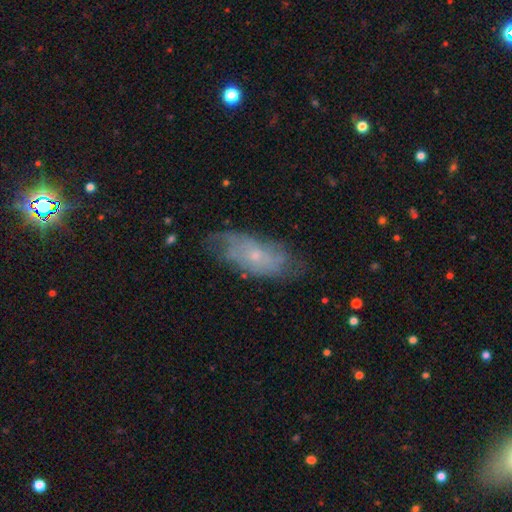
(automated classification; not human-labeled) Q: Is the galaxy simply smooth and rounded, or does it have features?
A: featured or disk — 57%.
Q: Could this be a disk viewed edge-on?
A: no — 87%.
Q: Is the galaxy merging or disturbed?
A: none — 63%.